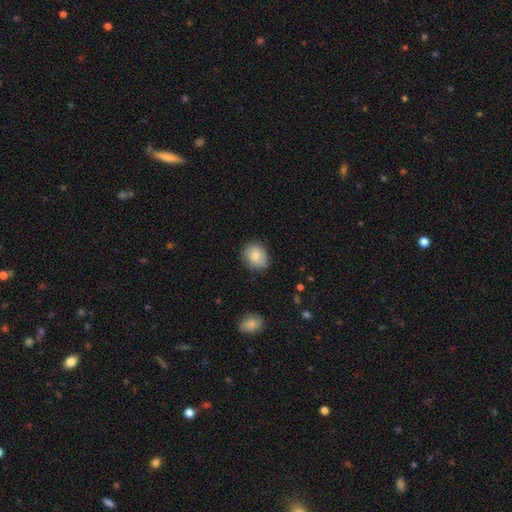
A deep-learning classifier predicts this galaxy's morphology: This is likely a smooth galaxy (78%). How rounded: likely round (60%). Merging: likely none (73%).